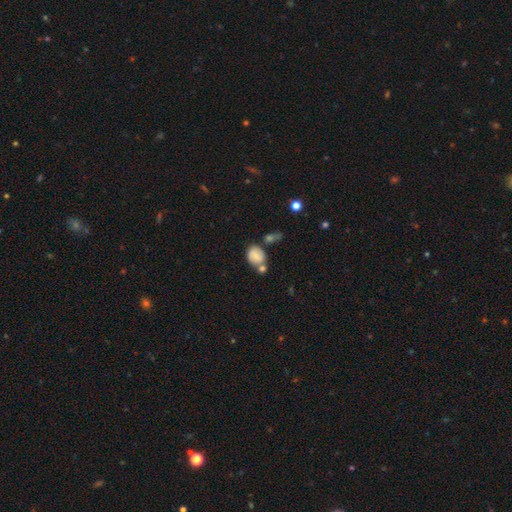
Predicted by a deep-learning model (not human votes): This is likely a smooth galaxy (72%). How rounded: possibly in between (52%). Merging: marginally none (43%).